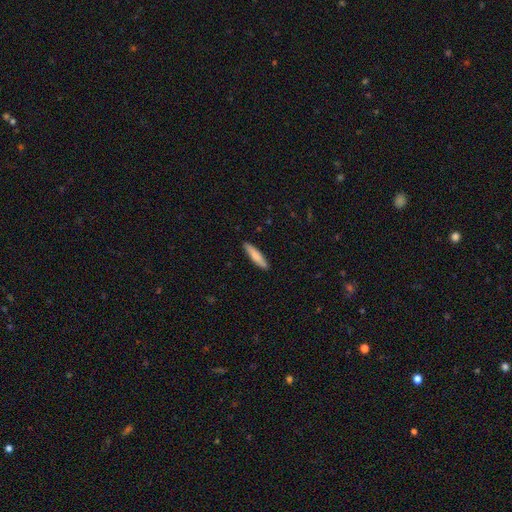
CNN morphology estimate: smooth 80%, featured or disk 15%, star or artifact 5%. Down the decision tree: how rounded — cigar-shaped (84%); merging — none (90%).